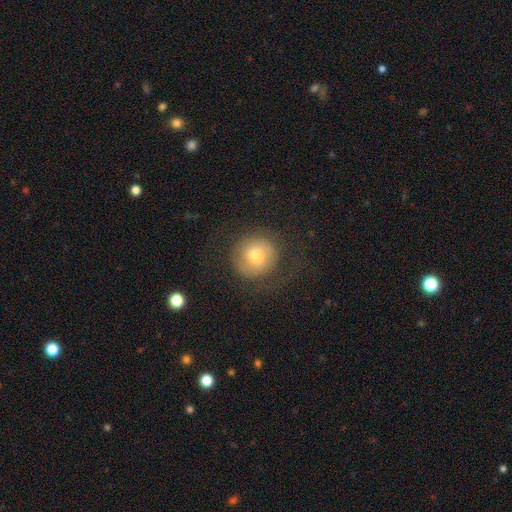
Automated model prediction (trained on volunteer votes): smooth_or_featured: smooth (p=0.63) [alt: featured or disk p=0.27]
how_rounded: round (p=0.92) [alt: in between p=0.07]
merging: none (p=0.73) [alt: minor disturbance p=0.13]